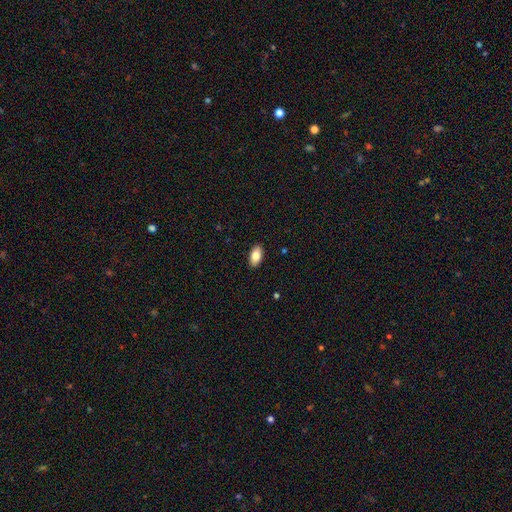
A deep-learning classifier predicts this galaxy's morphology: Smooth or featured: smooth — 84% (featured or disk — 9%)
How rounded: in between — 93% (round — 4%)
Merging: none — 89% (minor disturbance — 8%)